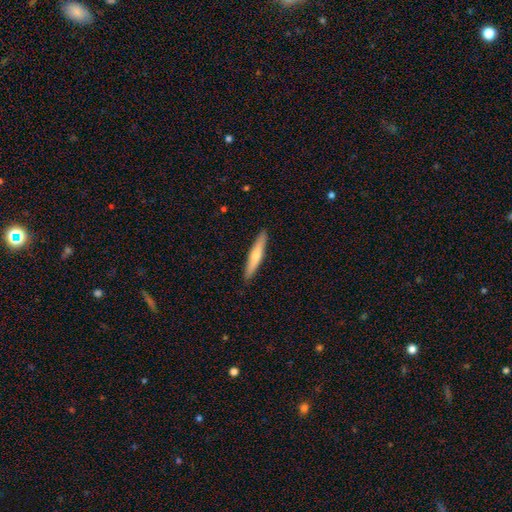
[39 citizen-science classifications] A smooth galaxy with no disk features (59%) that is cigar-shaped (96%). Merging: none (89%).